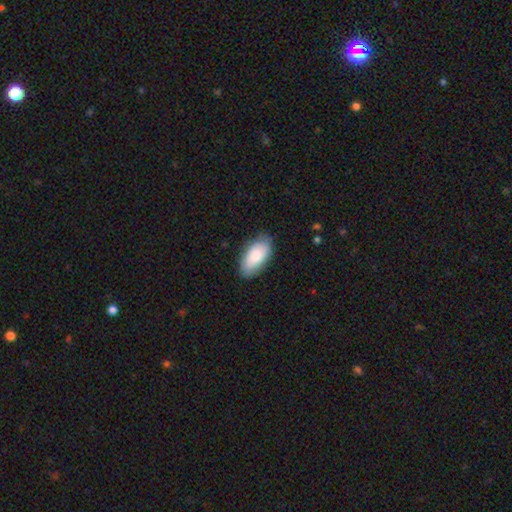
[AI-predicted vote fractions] Q: Smooth or featured?
A: smooth (83%); runner-up: featured or disk (11%)
Q: How rounded?
A: in between (93%); runner-up: cigar-shaped (5%)
Q: Merging?
A: none (80%); runner-up: minor disturbance (16%)